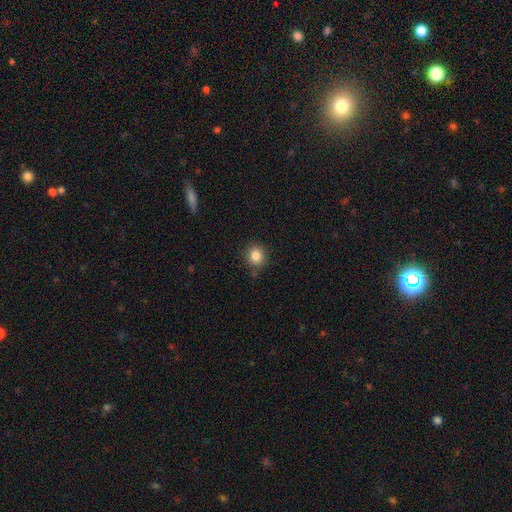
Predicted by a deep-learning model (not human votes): smooth-or-featured: smooth: 84% | star or artifact: 11% | featured or disk: 5%
  how-rounded: round: 90% | in between: 9% | cigar-shaped: 1%
  merging: none: 85% | minor disturbance: 10% | merger: 3% | major disturbance: 2%